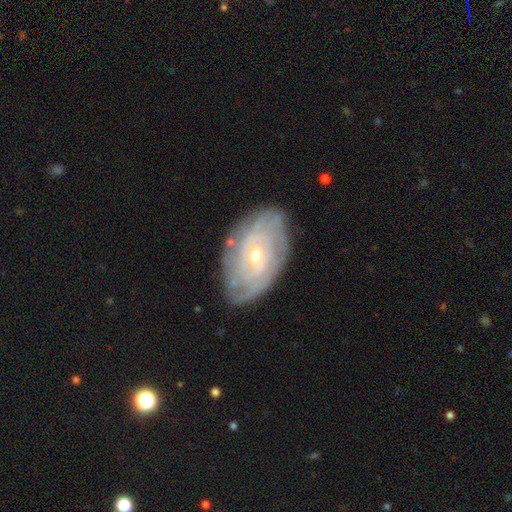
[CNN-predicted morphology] Smooth or featured?
  - featured or disk: 82% *
  - smooth: 13%
  - star or artifact: 5%
Edge-on disk?
  - no: 95% *
  - yes: 5%
Bar?
  - no: 68% *
  - weak: 26%
  - strong: 6%
Spiral arms?
  - yes: 89% *
  - no: 11%
Spiral winding?
  - tight: 75% *
  - medium: 19%
  - loose: 6%
Spiral arm count?
  - can't tell: 49% *
  - 2: 16%
  - 3: 12%
  - 4: 11%
  - more than 4: 6%
  - 1: 5%
Bulge size?
  - small: 59% *
  - moderate: 39%
  - large: 1%
  - none: 1%
  - dominant: 1%
Merging?
  - none: 78% *
  - minor disturbance: 16%
  - major disturbance: 4%
  - merger: 1%